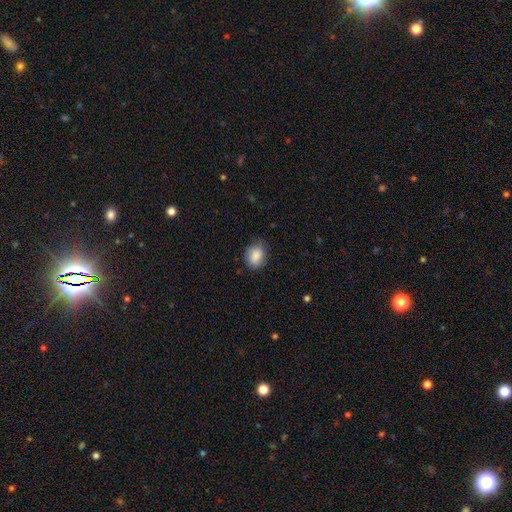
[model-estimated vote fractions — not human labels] A smooth galaxy with no disk features (87%) that is in between round and cigar-shaped (56%). Merging: none (75%).